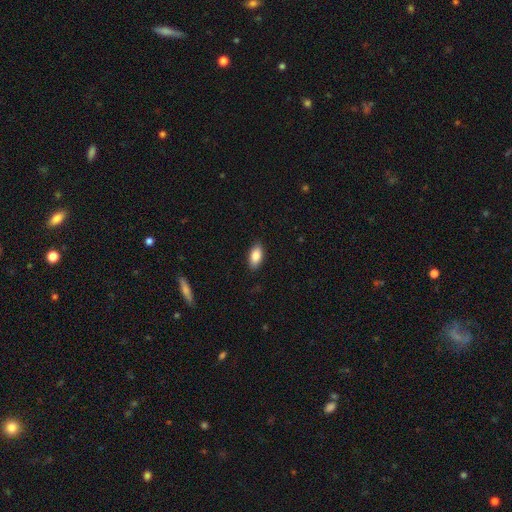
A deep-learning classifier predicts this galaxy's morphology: type=smooth (86%); roundness=in between (91%); merging=none (87%).